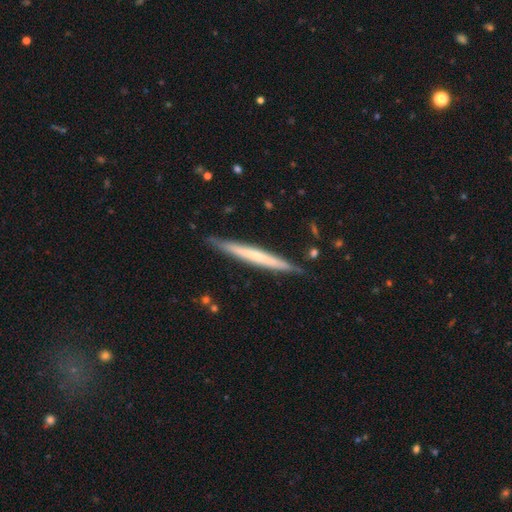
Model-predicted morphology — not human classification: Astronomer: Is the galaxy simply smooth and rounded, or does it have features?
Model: featured or disk — 50% (runner-up: smooth, 45%).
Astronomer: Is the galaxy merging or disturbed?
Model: none — 87%.